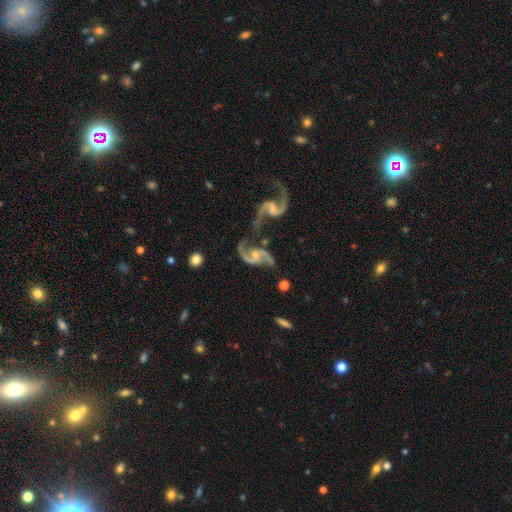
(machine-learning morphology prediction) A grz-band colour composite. It shows a featured or disk galaxy (91%) with no bar (51%), 2 (93%) loose (61%) spiral arms (97%) and a small central bulge (50%). Merging: none (41%).